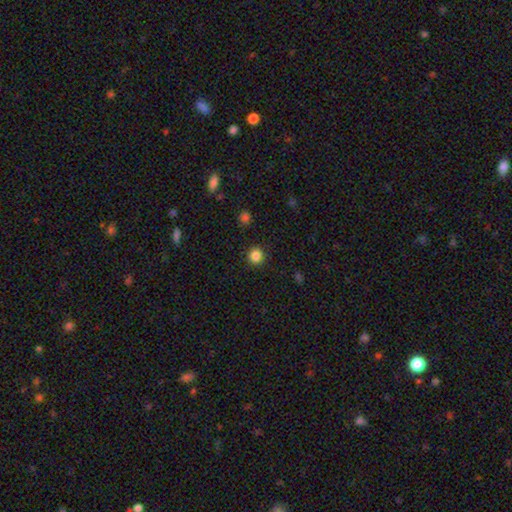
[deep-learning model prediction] This appears to be a smooth galaxy with no disk features (85%) that is round (91%). Merging: none (91%).